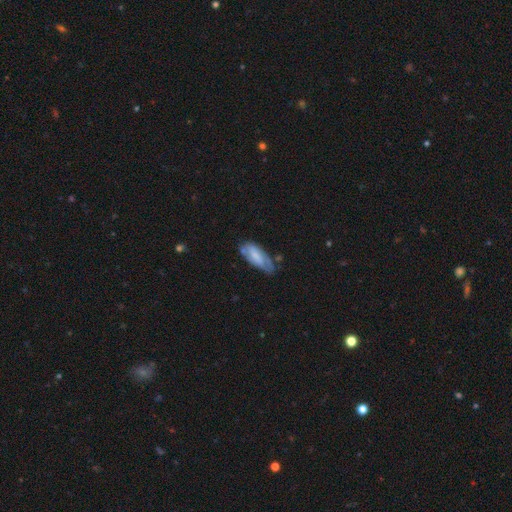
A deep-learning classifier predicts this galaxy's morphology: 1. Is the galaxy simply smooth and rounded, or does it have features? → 54% smooth, 39% featured or disk, 6% star or artifact.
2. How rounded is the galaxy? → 77% in between, 21% cigar-shaped, 2% round.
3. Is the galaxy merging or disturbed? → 53% none, 31% minor disturbance, 10% major disturbance, 5% merger.